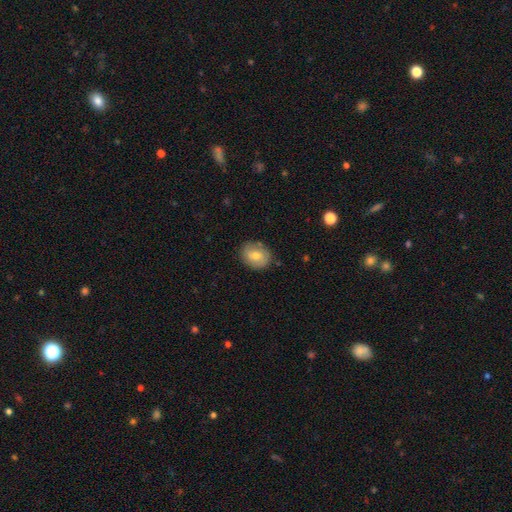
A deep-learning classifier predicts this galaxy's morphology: Overall: smooth (66%). How rounded: round (54%; in between 45%). Merging: none (84%).